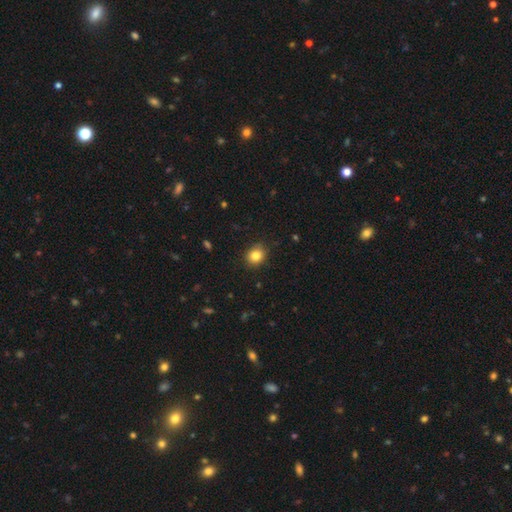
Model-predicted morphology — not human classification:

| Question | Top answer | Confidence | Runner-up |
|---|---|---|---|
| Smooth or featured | smooth | 84% | star or artifact (10%) |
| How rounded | round | 66% | in between (33%) |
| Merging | none | 86% | minor disturbance (11%) |